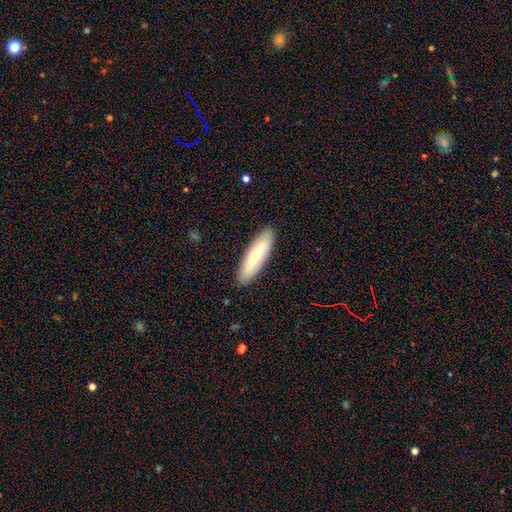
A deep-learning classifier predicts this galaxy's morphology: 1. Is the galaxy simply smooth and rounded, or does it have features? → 61% smooth, 34% featured or disk, 6% star or artifact.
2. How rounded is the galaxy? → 64% cigar-shaped, 34% in between, 2% round.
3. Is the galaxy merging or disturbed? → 89% none, 8% minor disturbance, 2% major disturbance, 1% merger.